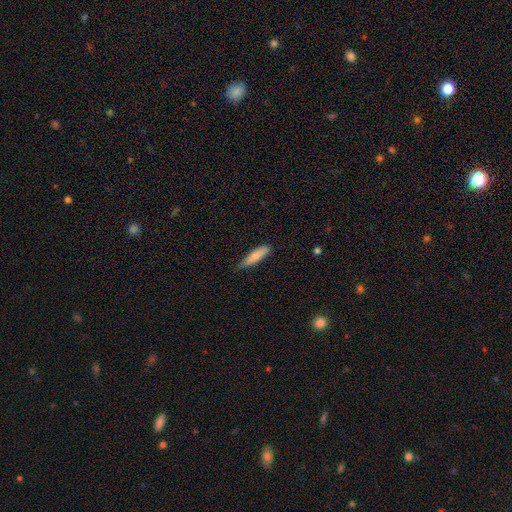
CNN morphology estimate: This is clearly a smooth galaxy (81%). How rounded: likely cigar-shaped (65%). Merging: likely none (61%).